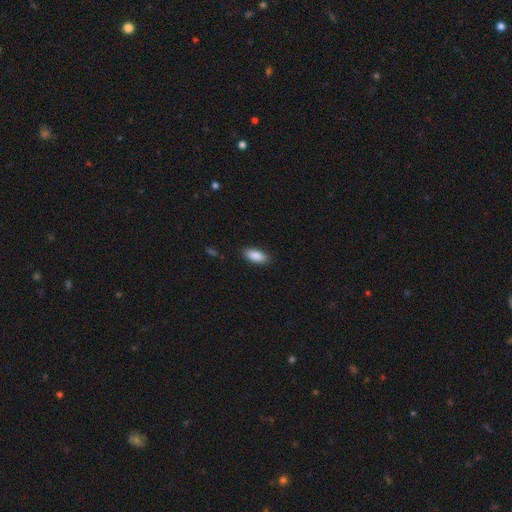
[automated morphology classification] Smooth or featured?
  - smooth: 89% *
  - star or artifact: 6%
  - featured or disk: 5%
How rounded?
  - in between: 87% *
  - cigar-shaped: 11%
  - round: 2%
Merging?
  - none: 88% *
  - minor disturbance: 9%
  - major disturbance: 2%
  - merger: 1%